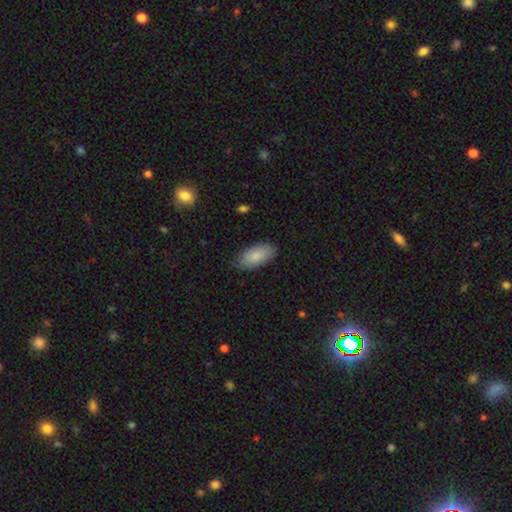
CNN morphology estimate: smooth 87%, featured or disk 7%, star or artifact 6%. Down the decision tree: how rounded — in between (93%); merging — none (82%).